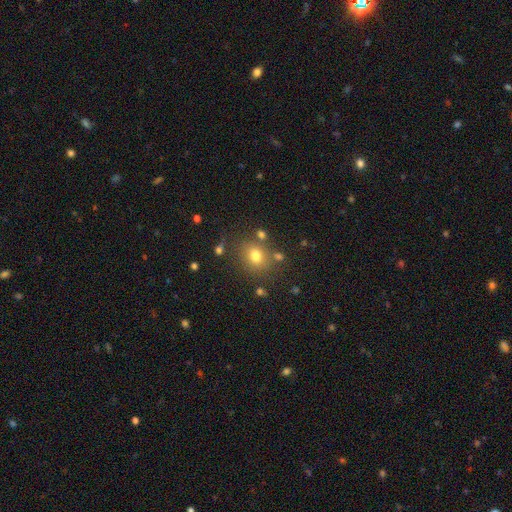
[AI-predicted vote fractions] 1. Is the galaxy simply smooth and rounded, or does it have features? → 73% smooth, 16% star or artifact, 10% featured or disk.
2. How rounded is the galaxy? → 70% round, 29% in between, 1% cigar-shaped.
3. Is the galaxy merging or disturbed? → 76% none, 12% minor disturbance, 8% merger, 5% major disturbance.